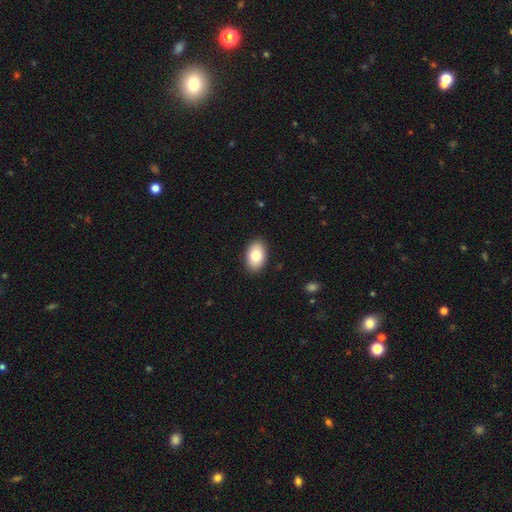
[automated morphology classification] Smooth or featured: smooth — 80% (featured or disk — 13%)
How rounded: in between — 90% (round — 9%)
Merging: none — 89% (minor disturbance — 8%)